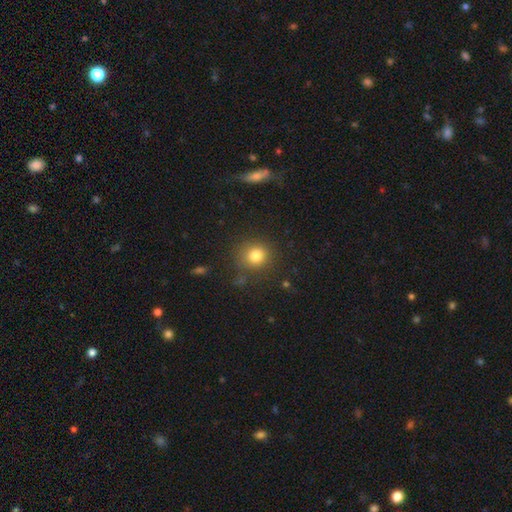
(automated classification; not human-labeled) Smooth or featured: smooth — 81% (star or artifact — 13%)
How rounded: round — 86% (in between — 13%)
Merging: none — 81% (minor disturbance — 11%)